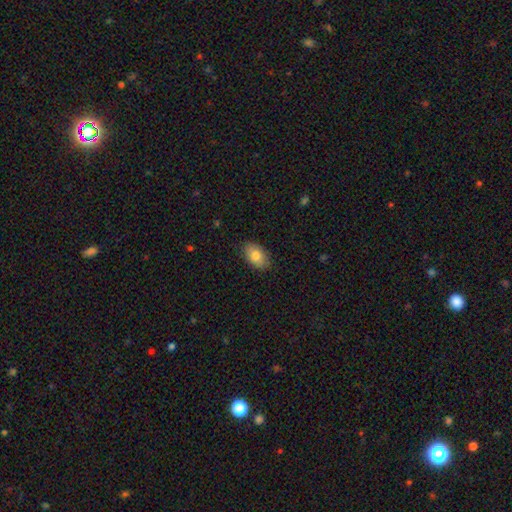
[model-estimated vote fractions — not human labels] Q: Smooth or featured?
A: smooth (82%); runner-up: featured or disk (11%)
Q: How rounded?
A: in between (91%); runner-up: round (8%)
Q: Merging?
A: none (86%); runner-up: minor disturbance (11%)